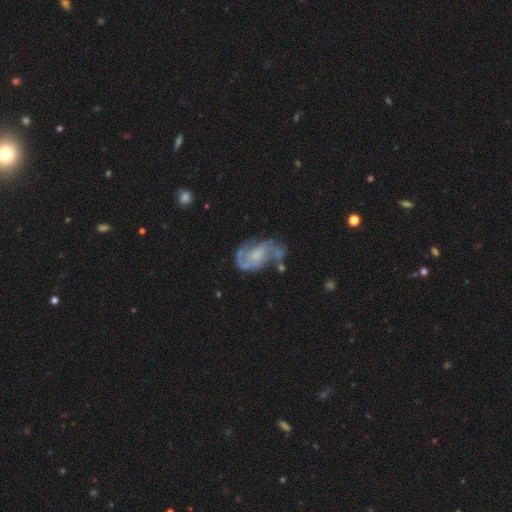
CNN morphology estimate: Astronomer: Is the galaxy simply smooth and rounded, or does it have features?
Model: featured or disk — 80%.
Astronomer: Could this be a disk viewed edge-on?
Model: no — 97%.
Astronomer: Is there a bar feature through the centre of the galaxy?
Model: no — 57% (runner-up: weak, 35%).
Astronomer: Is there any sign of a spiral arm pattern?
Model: yes — 89%.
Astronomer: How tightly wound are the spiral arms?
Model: medium — 48% (runner-up: loose, 30%).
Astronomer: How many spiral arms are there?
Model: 2 — 73%.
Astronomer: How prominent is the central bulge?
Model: small — 33% (runner-up: moderate, 32%).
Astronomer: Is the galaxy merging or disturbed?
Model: none — 48% (runner-up: minor disturbance, 23%).